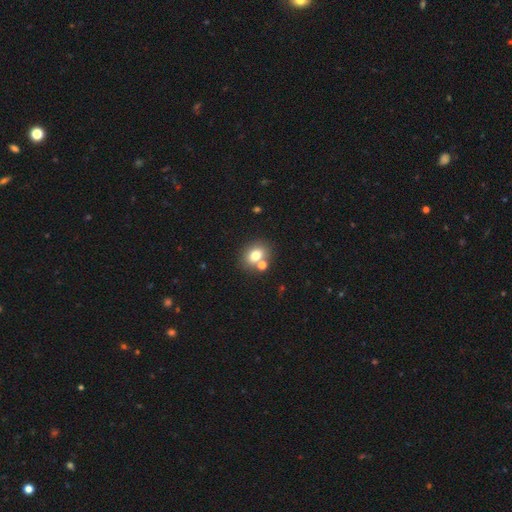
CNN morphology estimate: Overall: smooth (76%). How rounded: round (50%; in between 49%). Merging: none (64%).